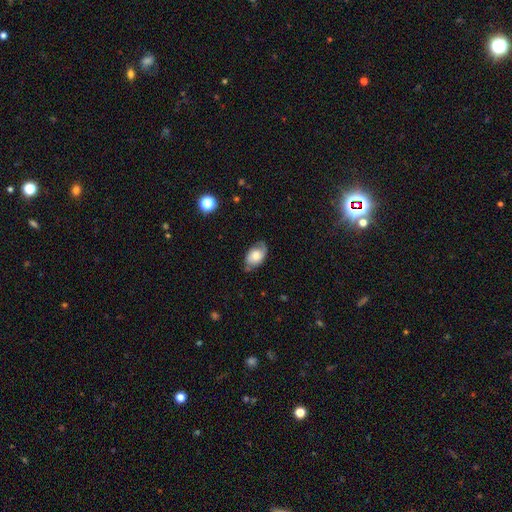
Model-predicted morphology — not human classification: A smooth galaxy with no disk features (53%) that is in between round and cigar-shaped (89%). Merging: none (65%).